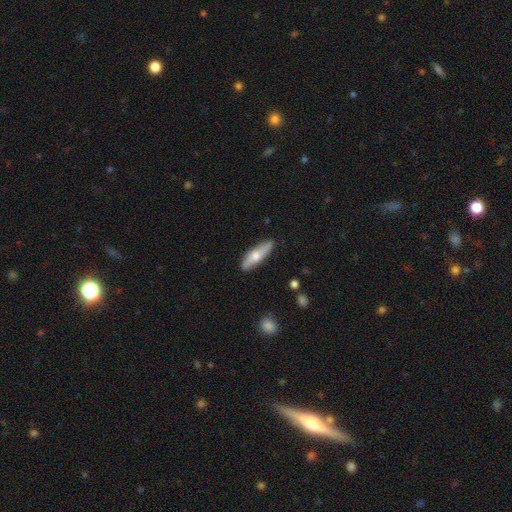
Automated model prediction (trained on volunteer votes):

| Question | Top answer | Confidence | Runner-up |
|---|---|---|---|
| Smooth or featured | smooth | 55% | featured or disk (40%) |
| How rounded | cigar-shaped | 65% | in between (33%) |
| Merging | none | 84% | minor disturbance (13%) |